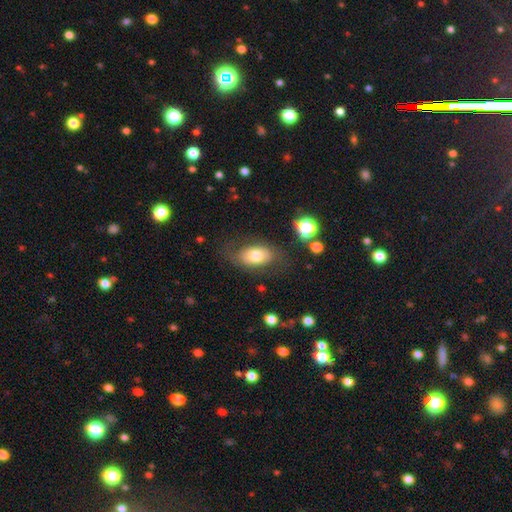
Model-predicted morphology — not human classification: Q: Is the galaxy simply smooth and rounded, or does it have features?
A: smooth — 66%.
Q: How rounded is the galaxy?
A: in between — 89%.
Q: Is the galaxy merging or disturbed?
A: none — 66%.